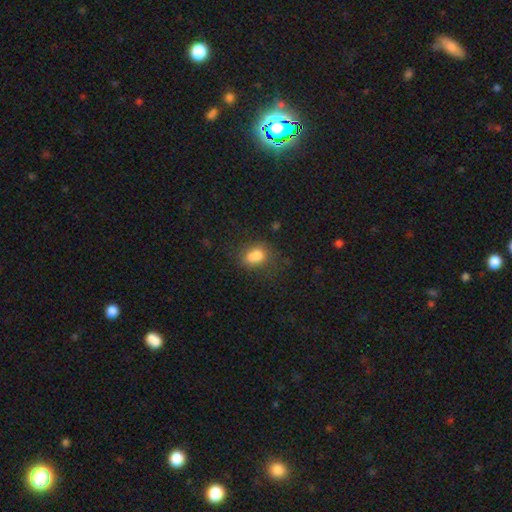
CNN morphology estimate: Smooth or featured: smooth — 74% (featured or disk — 13%)
How rounded: in between — 65% (round — 33%)
Merging: none — 44% (merger — 25%)